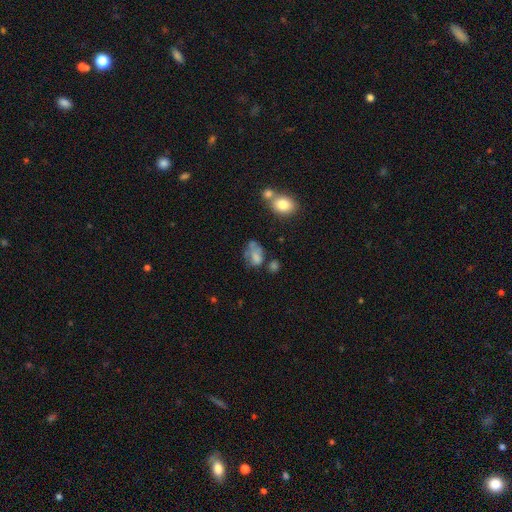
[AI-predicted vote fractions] Overall: smooth (60%; featured or disk 27%). How rounded: in between (76%). Merging: none (31%; major disturbance 26%).